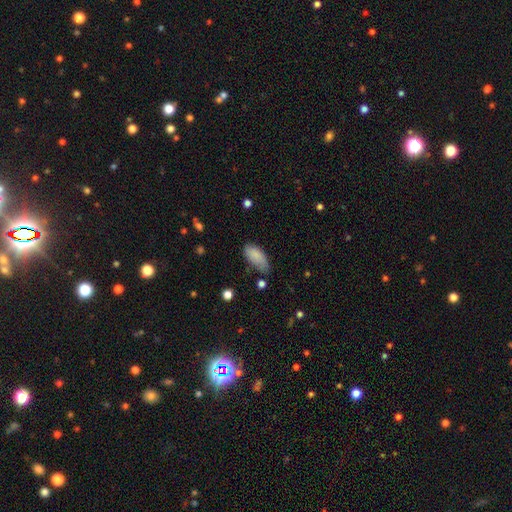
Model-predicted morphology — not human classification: type=smooth (85%); roundness=in between (91%); merging=none (54%).